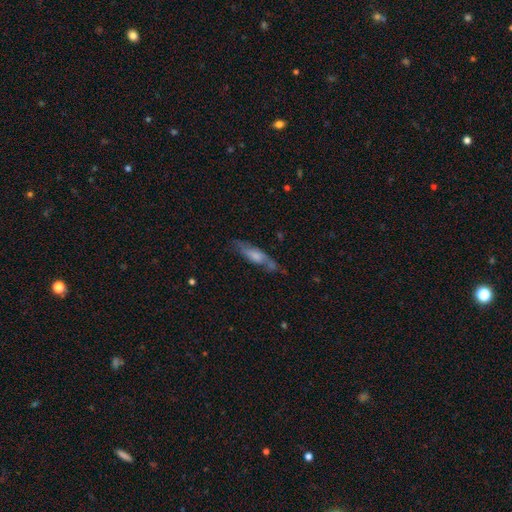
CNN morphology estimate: smooth-or-featured: smooth: 59% | featured or disk: 34% | star or artifact: 7%
  how-rounded: cigar-shaped: 64% | in between: 34% | round: 2%
  merging: none: 57% | minor disturbance: 26% | major disturbance: 10% | merger: 7%